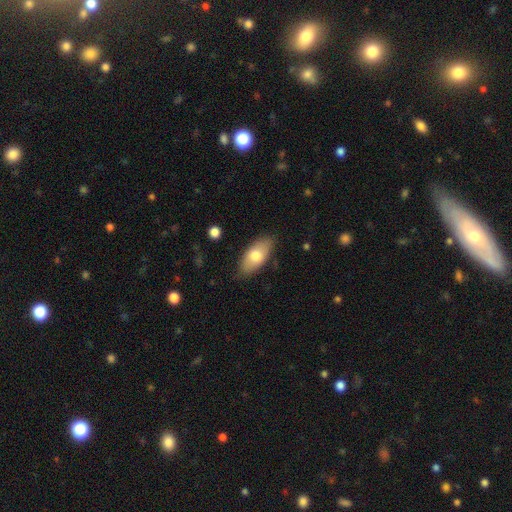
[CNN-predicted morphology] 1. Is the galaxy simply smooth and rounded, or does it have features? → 73% smooth, 21% featured or disk, 6% star or artifact.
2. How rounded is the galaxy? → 90% in between, 7% cigar-shaped, 3% round.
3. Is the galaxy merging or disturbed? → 82% none, 14% minor disturbance, 3% major disturbance, 1% merger.